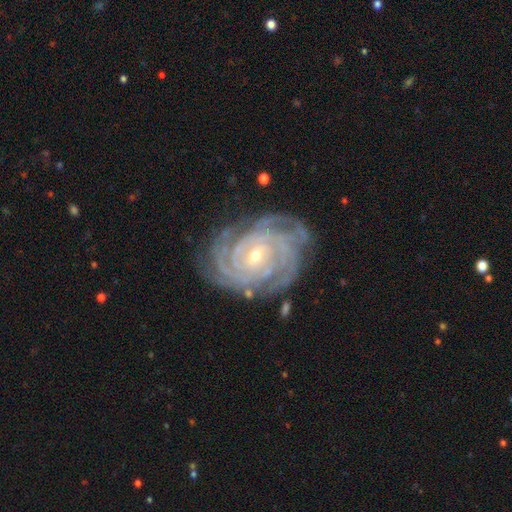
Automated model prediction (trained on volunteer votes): Q: Smooth or featured?
A: featured or disk (92%); runner-up: star or artifact (5%)
Q: Edge-on disk?
A: no (97%); runner-up: yes (3%)
Q: Bar?
A: no (51%); runner-up: weak (36%)
Q: Spiral arms?
A: yes (98%); runner-up: no (2%)
Q: Spiral winding?
A: tight (84%); runner-up: medium (14%)
Q: Spiral arm count?
A: 4 (29%); runner-up: more than 4 (19%)
Q: Bulge size?
A: small (60%); runner-up: moderate (37%)
Q: Merging?
A: none (76%); runner-up: minor disturbance (17%)